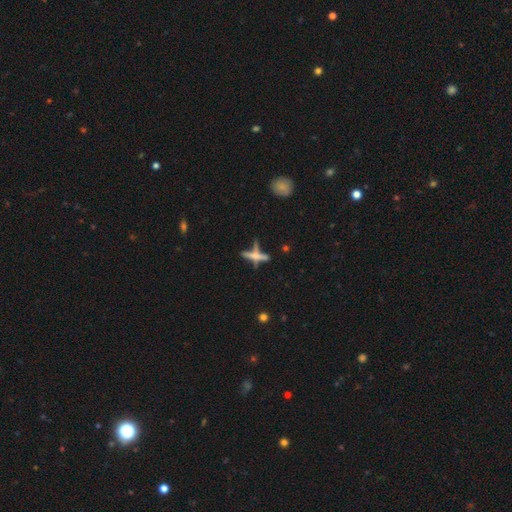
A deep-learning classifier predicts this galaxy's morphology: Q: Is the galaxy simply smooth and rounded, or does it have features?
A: featured or disk — 52%.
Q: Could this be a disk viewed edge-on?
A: yes — 87%.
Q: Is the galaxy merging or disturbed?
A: none — 54%.